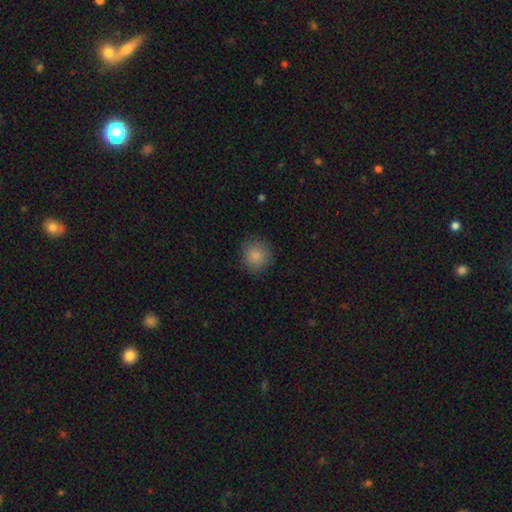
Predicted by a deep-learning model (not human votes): Smooth or featured: smooth — 86% (star or artifact — 9%)
How rounded: round — 90% (in between — 9%)
Merging: none — 87% (minor disturbance — 10%)